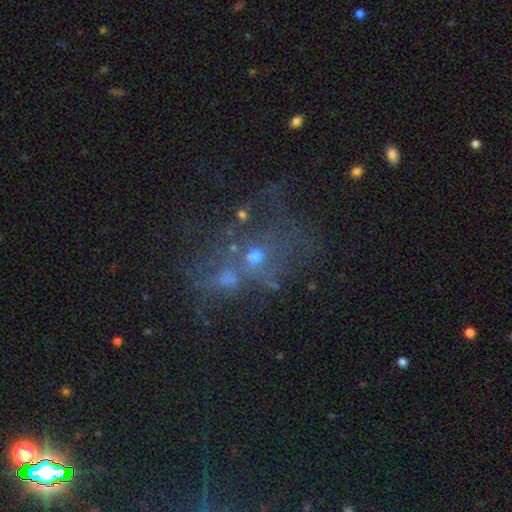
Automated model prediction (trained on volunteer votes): smooth-or-featured: featured or disk: 34% (tied) | smooth: 34% (tied) | star or artifact: 33%
  merging: none: 41% | merger: 24% | major disturbance: 21% | minor disturbance: 14%